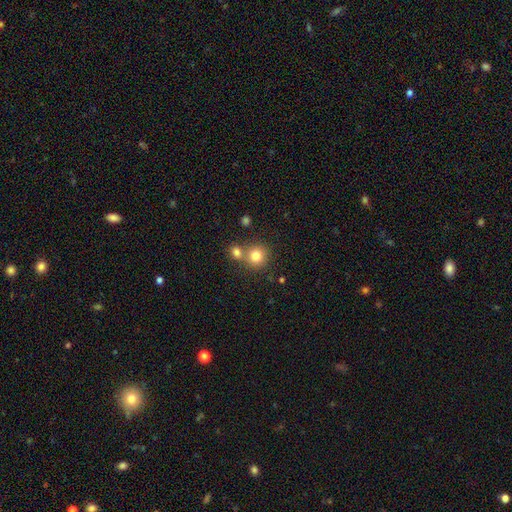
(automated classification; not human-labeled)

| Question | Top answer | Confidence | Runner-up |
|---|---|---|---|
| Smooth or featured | smooth | 80% | star or artifact (12%) |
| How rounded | round | 88% | in between (11%) |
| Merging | none | 56% | merger (34%) |